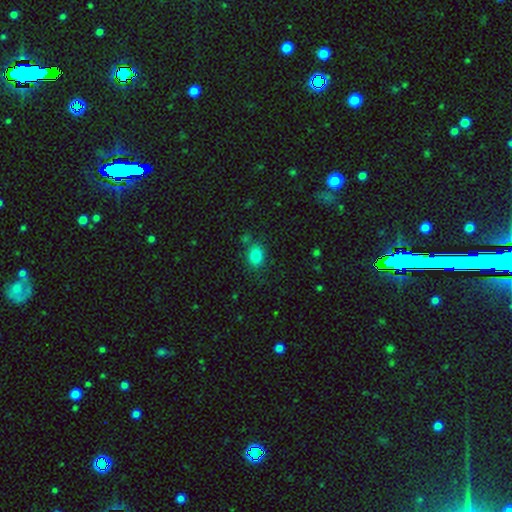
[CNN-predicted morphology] smooth_or_featured: smooth (p=0.82) [alt: star or artifact p=0.11]
how_rounded: in between (p=0.54) [alt: round p=0.45]
merging: none (p=0.76) [alt: minor disturbance p=0.13]